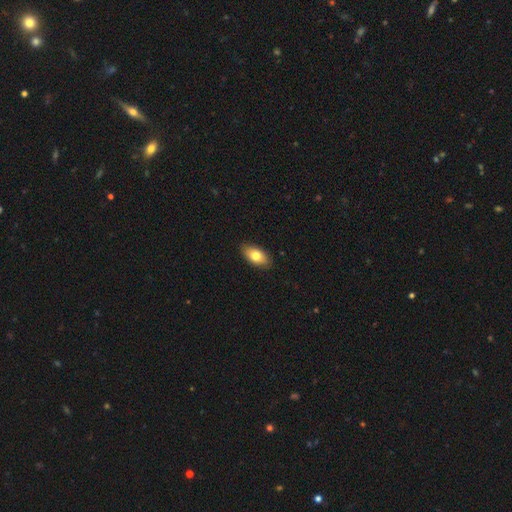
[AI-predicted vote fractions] This appears to be a smooth galaxy with no disk features (76%) that is in between round and cigar-shaped (91%). Merging: none (87%).